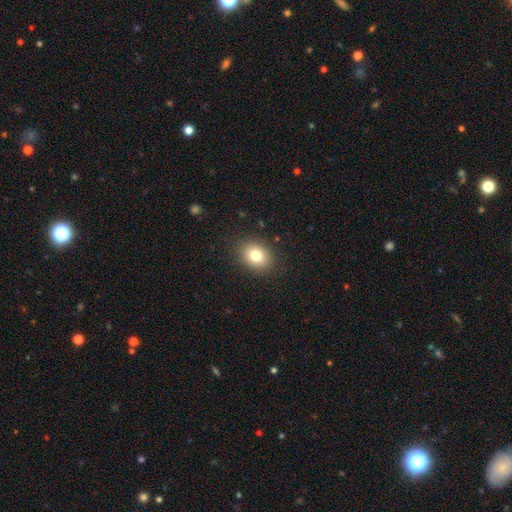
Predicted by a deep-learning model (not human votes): smooth 81%, star or artifact 10%, featured or disk 9%. Down the decision tree: how rounded — in between (59%); merging — none (88%).